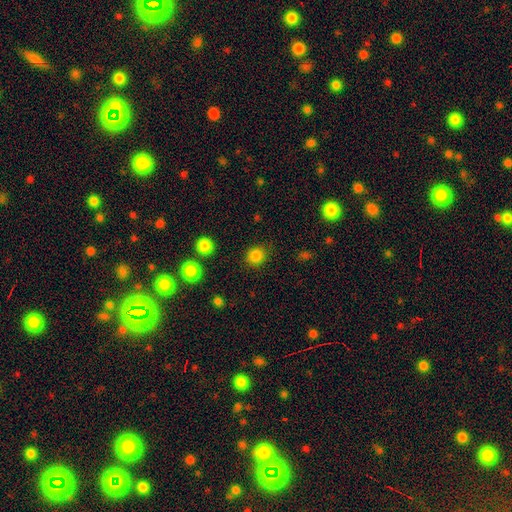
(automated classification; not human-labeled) Overall: smooth (85%). How rounded: round (83%). Merging: none (87%).